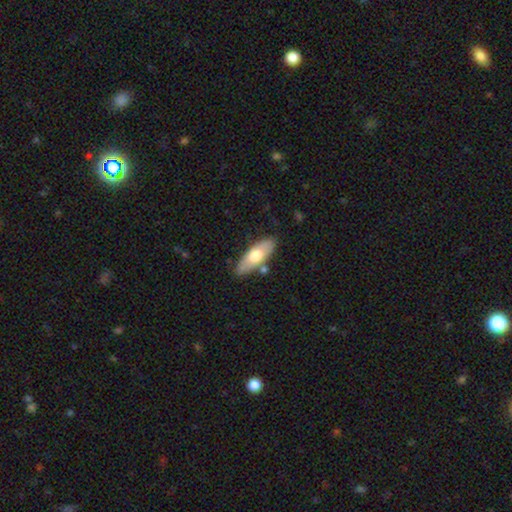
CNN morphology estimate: A smooth galaxy with no disk features (62%) that is in between round and cigar-shaped (67%).

Vote fractions:
- Smooth or featured? smooth: 62% / featured or disk: 33% / star or artifact: 5%
- How rounded? in between: 67% / cigar-shaped: 31% / round: 2%
- Merging? none: 79% / minor disturbance: 13% / merger: 5% / major disturbance: 3%